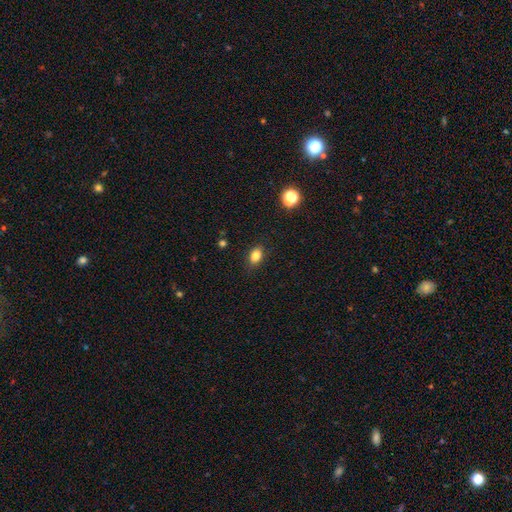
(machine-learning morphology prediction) A smooth galaxy with no disk features (83%) that is in between round and cigar-shaped (80%).

Vote fractions:
- Smooth or featured? smooth: 83% / star or artifact: 11% / featured or disk: 6%
- How rounded? in between: 80% / round: 18% / cigar-shaped: 2%
- Merging? none: 86% / minor disturbance: 10% / major disturbance: 3% / merger: 1%